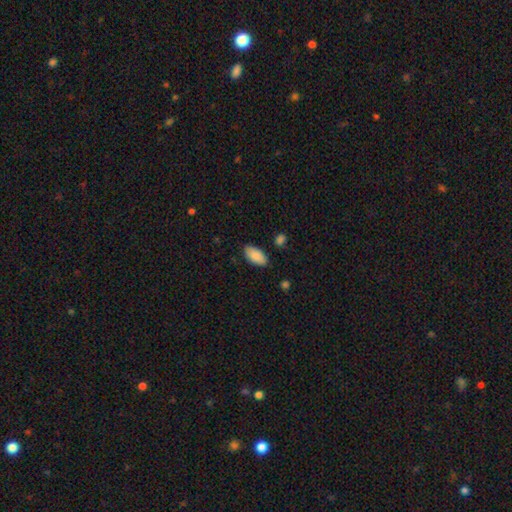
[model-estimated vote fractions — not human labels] Smooth or featured?
  - smooth: 87% *
  - star or artifact: 7%
  - featured or disk: 6%
How rounded?
  - in between: 94% *
  - cigar-shaped: 3%
  - round: 2%
Merging?
  - none: 84% *
  - minor disturbance: 12%
  - major disturbance: 2%
  - merger: 2%